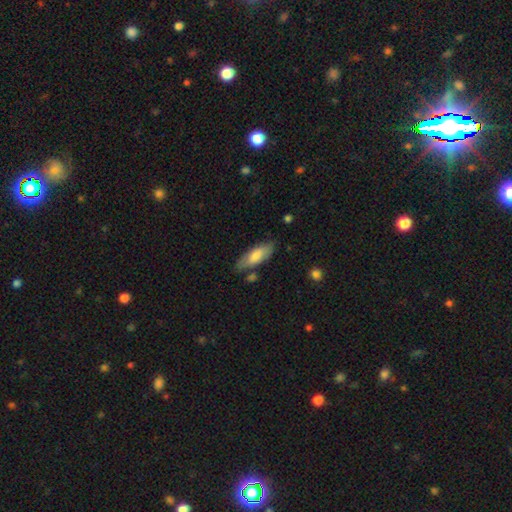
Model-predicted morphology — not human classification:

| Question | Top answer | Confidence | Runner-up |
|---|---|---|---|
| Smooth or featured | smooth | 75% | featured or disk (20%) |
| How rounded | in between | 72% | cigar-shaped (26%) |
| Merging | none | 72% | minor disturbance (19%) |